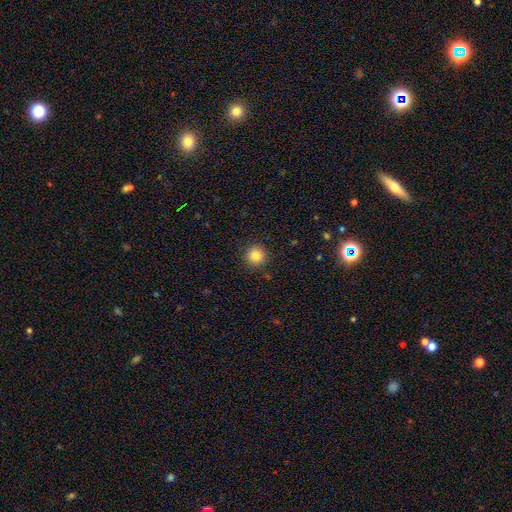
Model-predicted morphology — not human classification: Smooth or featured? smooth (84%)
How rounded? round (94%)
Merging? none (91%)